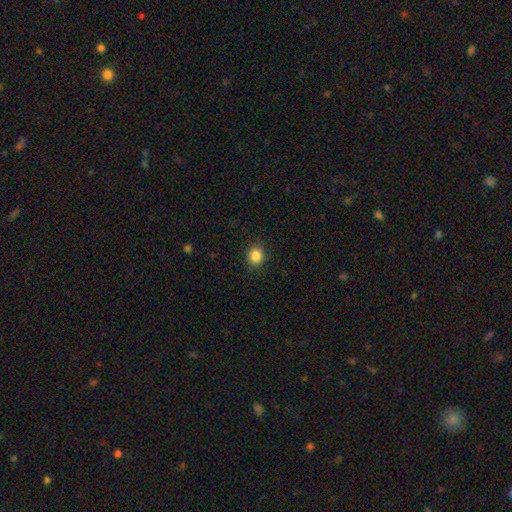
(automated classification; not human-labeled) smooth-or-featured: smooth: 86% | star or artifact: 10% | featured or disk: 4%
  how-rounded: round: 81% | in between: 18% | cigar-shaped: 1%
  merging: none: 89% | minor disturbance: 8% | major disturbance: 2% | merger: 1%